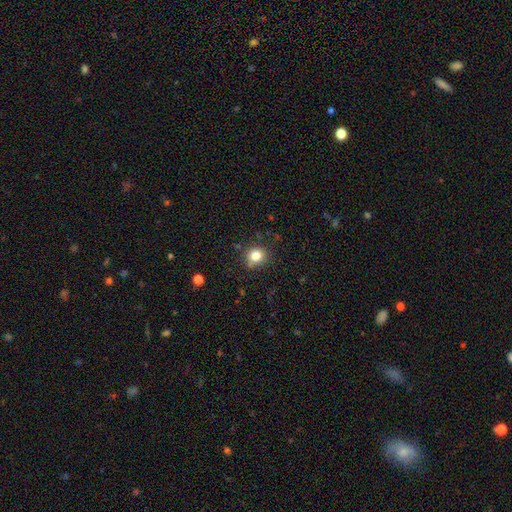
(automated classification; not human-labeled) Smooth or featured? smooth (82%)
How rounded? round (86%)
Merging? none (84%)